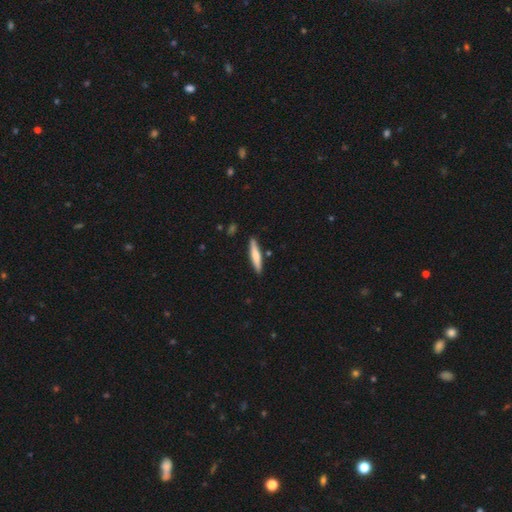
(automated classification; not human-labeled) Smooth or featured? Predicted: smooth (p=0.66). How rounded? Predicted: cigar-shaped (p=0.90). Merging? Predicted: none (p=0.86).